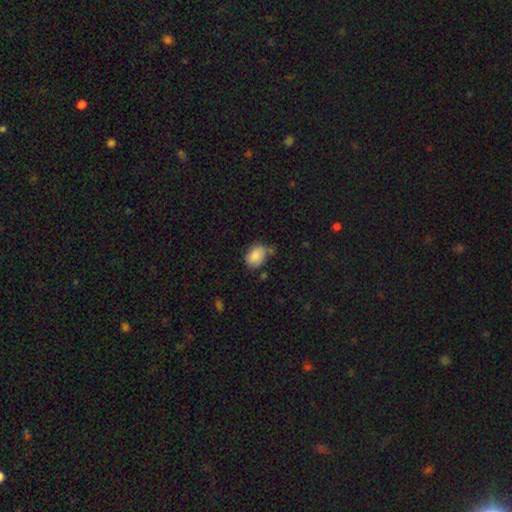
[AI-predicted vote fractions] Smooth or featured?
  - smooth: 85% *
  - star or artifact: 8%
  - featured or disk: 7%
How rounded?
  - in between: 71% *
  - round: 28%
  - cigar-shaped: 1%
Merging?
  - none: 57% *
  - minor disturbance: 29%
  - major disturbance: 7%
  - merger: 6%